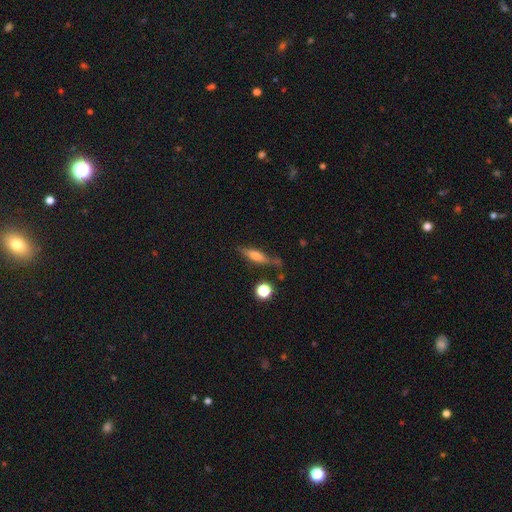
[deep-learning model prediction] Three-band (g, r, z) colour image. It shows a smooth galaxy with no disk features (51%) that is cigar-shaped (68%). Merging: none (67%).